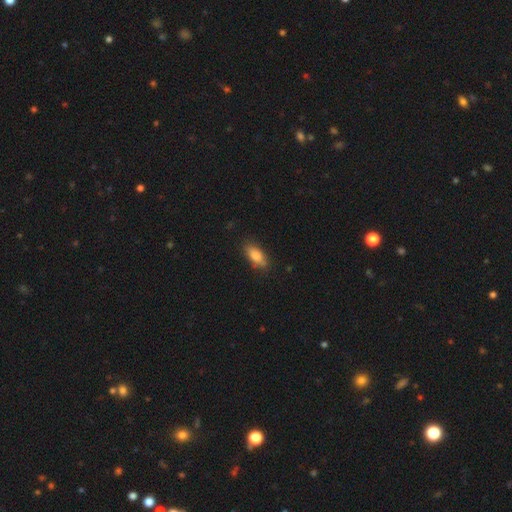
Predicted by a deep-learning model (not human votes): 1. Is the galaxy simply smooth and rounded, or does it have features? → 82% smooth, 11% featured or disk, 7% star or artifact.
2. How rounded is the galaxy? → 81% in between, 16% cigar-shaped, 3% round.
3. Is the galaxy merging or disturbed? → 79% none, 16% minor disturbance, 3% major disturbance, 2% merger.